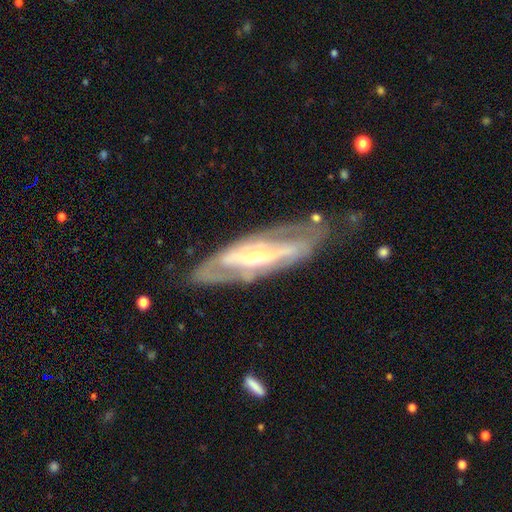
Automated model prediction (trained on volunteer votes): Morphology: type=featured or disk (82%); edge-on=no (81%); bar=strong (38%); spiral arms=yes (69%); bulge=small (56%); merging=none (71%).